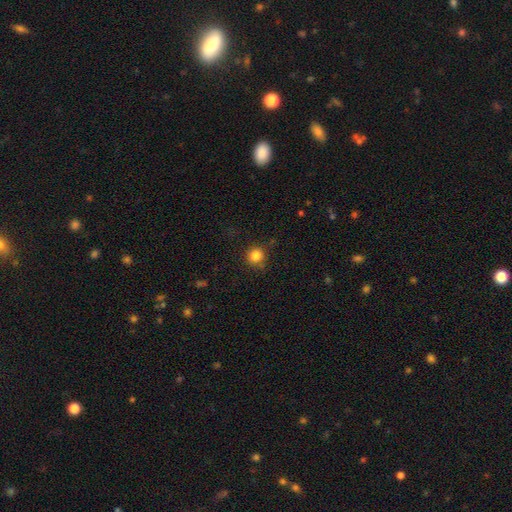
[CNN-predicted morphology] Smooth or featured: smooth — 84% (star or artifact — 12%)
How rounded: round — 93% (in between — 6%)
Merging: none — 85% (minor disturbance — 11%)